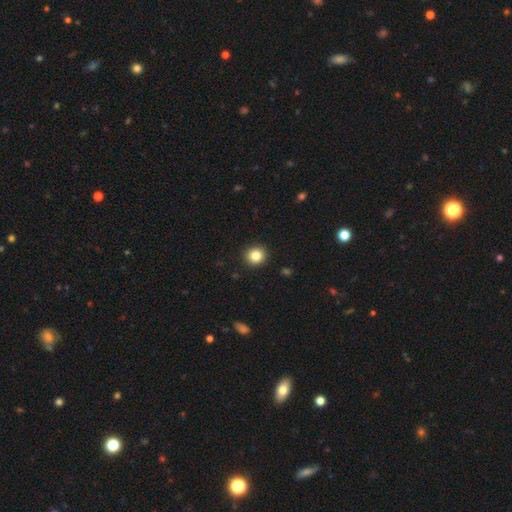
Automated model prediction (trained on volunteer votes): Smooth or featured? Predicted: smooth (p=0.85). How rounded? Predicted: round (p=0.89). Merging? Predicted: none (p=0.92).